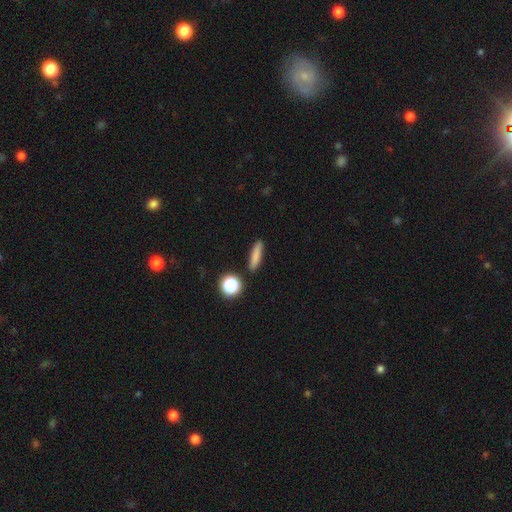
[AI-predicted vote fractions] Overall: smooth (81%). How rounded: cigar-shaped (76%). Merging: none (87%).